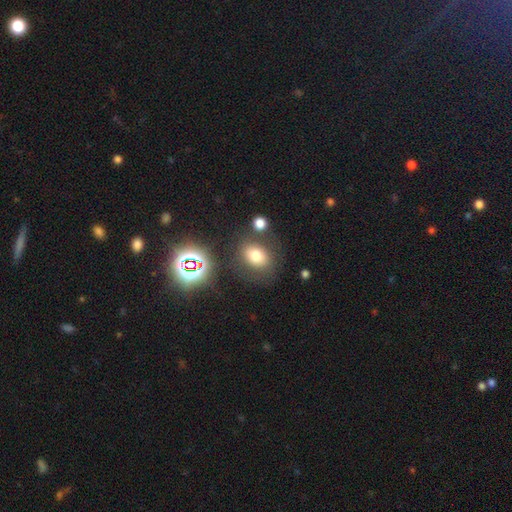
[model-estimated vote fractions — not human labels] Smooth or featured: smooth — 73% (star or artifact — 15%)
How rounded: in between — 53% (round — 46%)
Merging: none — 72% (minor disturbance — 14%)